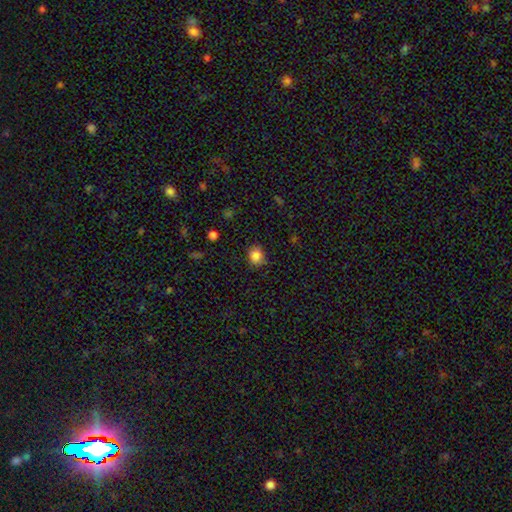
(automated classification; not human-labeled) Smooth or featured? smooth (84%)
How rounded? round (70%)
Merging? none (82%)